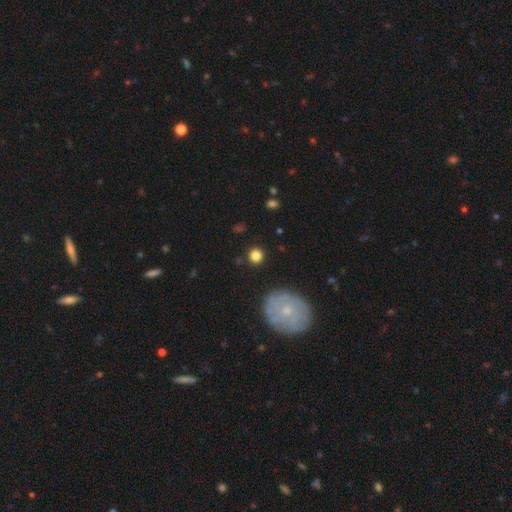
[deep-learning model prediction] Overall: smooth (83%). How rounded: round (93%). Merging: none (89%).